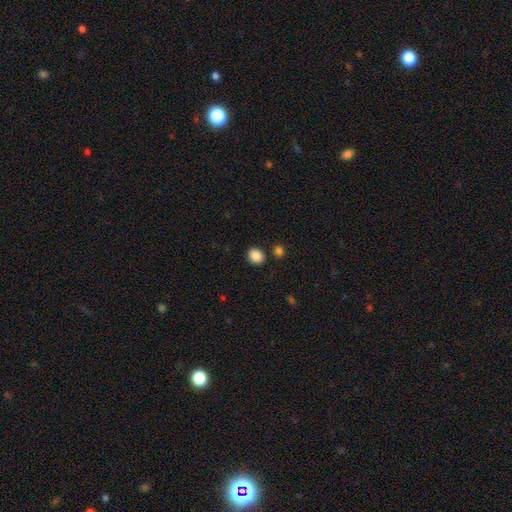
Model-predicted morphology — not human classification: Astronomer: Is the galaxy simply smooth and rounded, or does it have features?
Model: smooth — 88%.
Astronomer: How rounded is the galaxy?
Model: round — 63%.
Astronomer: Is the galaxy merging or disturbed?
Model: none — 84%.